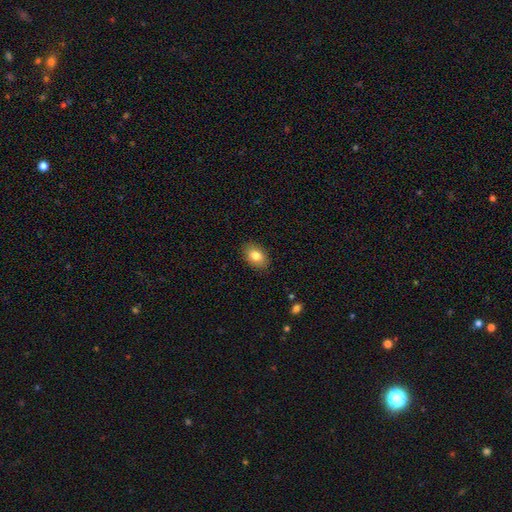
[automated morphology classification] A smooth galaxy with no disk features (82%) that is in between round and cigar-shaped (85%). Merging: none (87%).